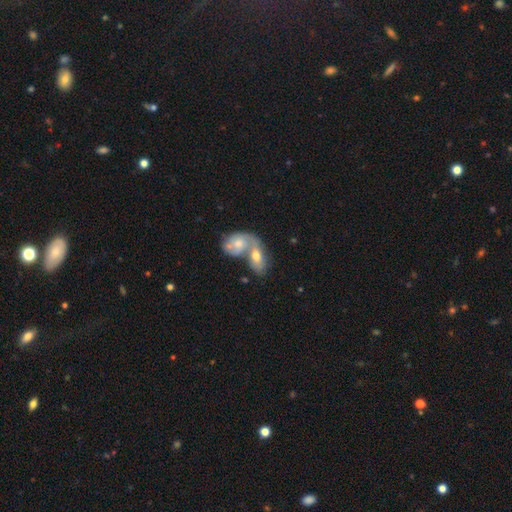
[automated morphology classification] smooth-or-featured: smooth: 60% | featured or disk: 33% | star or artifact: 7%
  how-rounded: in between: 85% | round: 12% | cigar-shaped: 4%
  merging: merger: 76% | none: 14% | minor disturbance: 6% | major disturbance: 4%